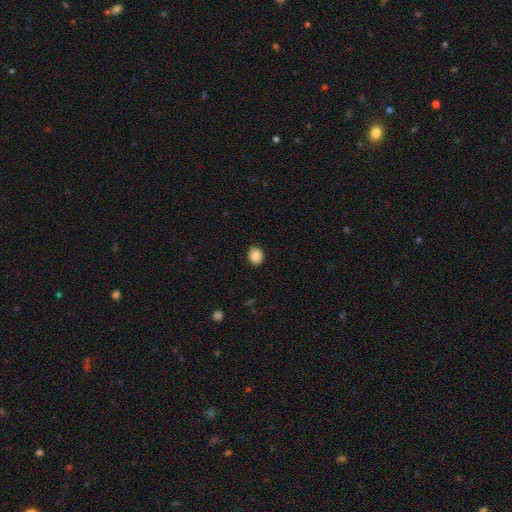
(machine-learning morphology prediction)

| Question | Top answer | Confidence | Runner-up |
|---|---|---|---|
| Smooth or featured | smooth | 87% | star or artifact (9%) |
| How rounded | round | 60% | in between (39%) |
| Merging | none | 87% | minor disturbance (10%) |